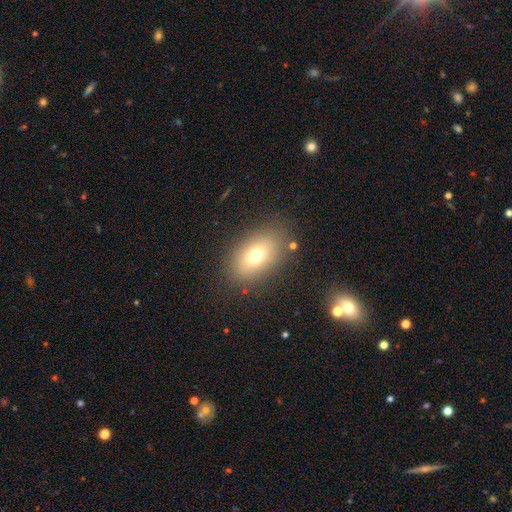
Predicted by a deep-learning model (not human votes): Overall: smooth (72%). How rounded: in between (86%). Merging: none (82%).